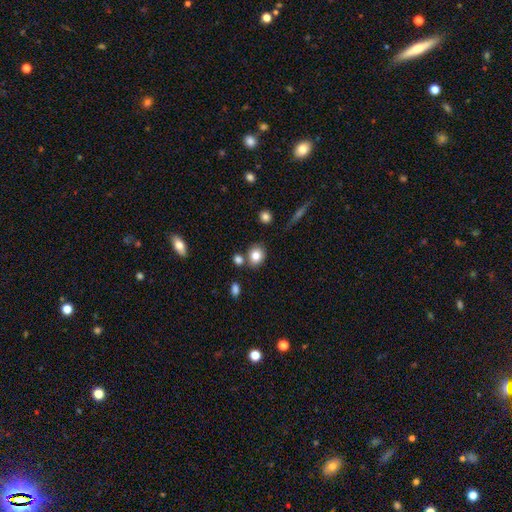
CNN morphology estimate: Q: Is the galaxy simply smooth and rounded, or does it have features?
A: smooth — 82%.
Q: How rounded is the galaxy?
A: round — 61%.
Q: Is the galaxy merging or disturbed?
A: none — 75%.